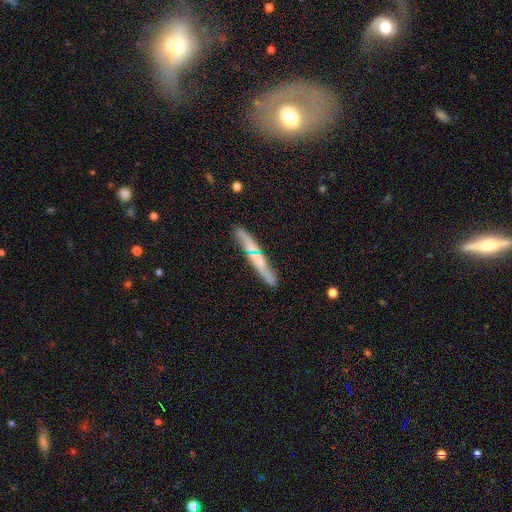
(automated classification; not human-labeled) Smooth or featured?
  - featured or disk: 59% *
  - smooth: 34%
  - star or artifact: 7%
Edge-on disk?
  - yes: 77% *
  - no: 23%
Merging?
  - none: 75% *
  - minor disturbance: 16%
  - merger: 5%
  - major disturbance: 4%